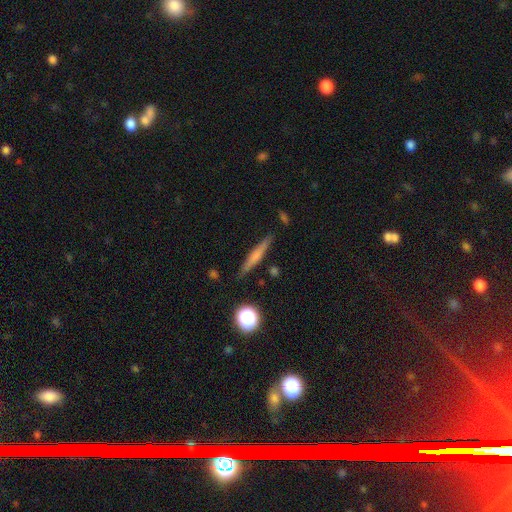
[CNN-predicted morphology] Q: Smooth or featured?
A: smooth (50%); runner-up: featured or disk (42%)
Q: Merging?
A: none (86%); runner-up: minor disturbance (10%)